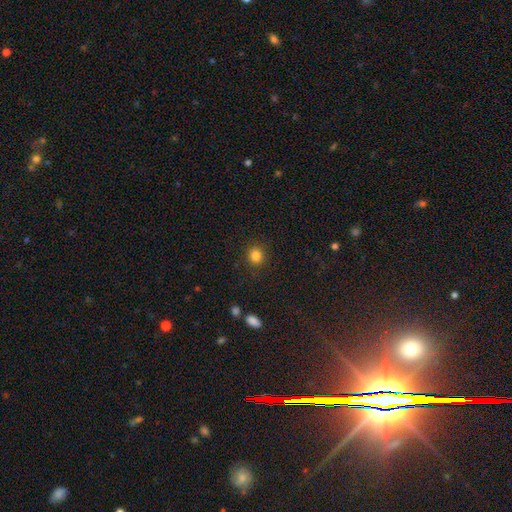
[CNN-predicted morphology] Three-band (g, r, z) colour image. It shows a smooth galaxy with no disk features (84%) that is round (90%). Merging: none (89%).